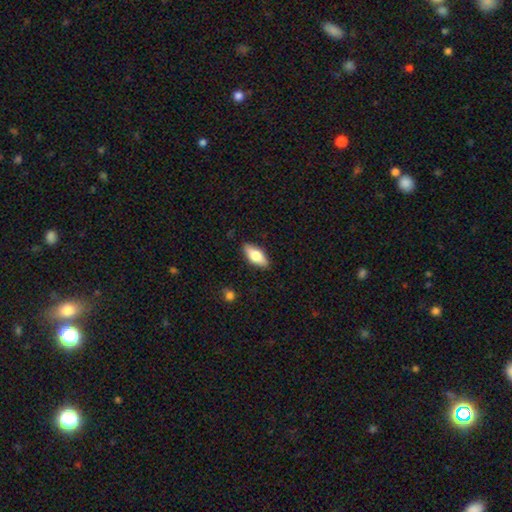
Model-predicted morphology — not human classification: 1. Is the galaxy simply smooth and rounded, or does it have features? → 70% smooth, 24% featured or disk, 6% star or artifact.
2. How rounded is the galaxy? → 82% in between, 15% cigar-shaped, 3% round.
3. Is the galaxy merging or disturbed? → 87% none, 10% minor disturbance, 2% major disturbance, 1% merger.